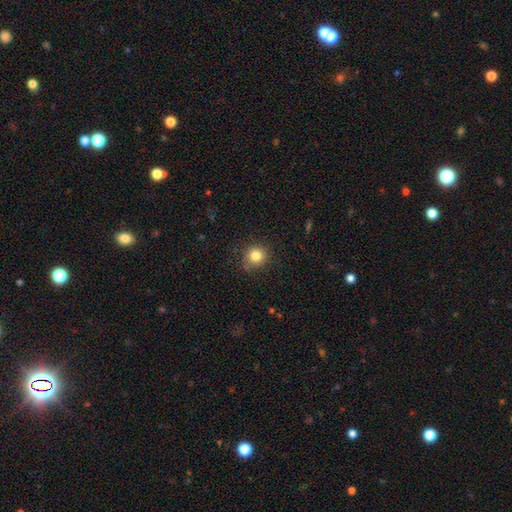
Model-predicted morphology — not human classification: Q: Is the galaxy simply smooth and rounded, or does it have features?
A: smooth — 83%.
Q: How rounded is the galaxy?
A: round — 90%.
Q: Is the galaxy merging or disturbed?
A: none — 85%.